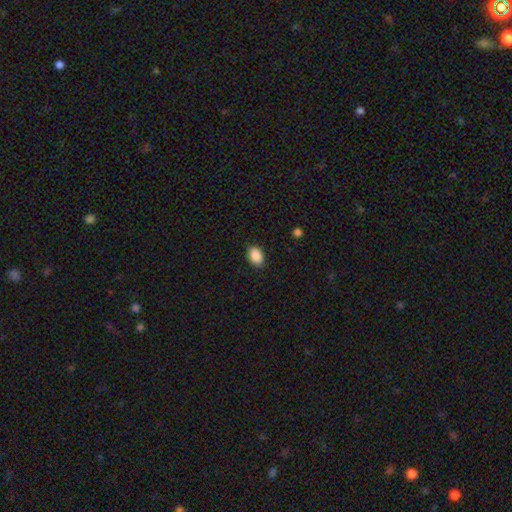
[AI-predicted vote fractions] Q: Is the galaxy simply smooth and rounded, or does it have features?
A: smooth — 89%.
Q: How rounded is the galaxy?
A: in between — 85%.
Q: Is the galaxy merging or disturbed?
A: none — 88%.